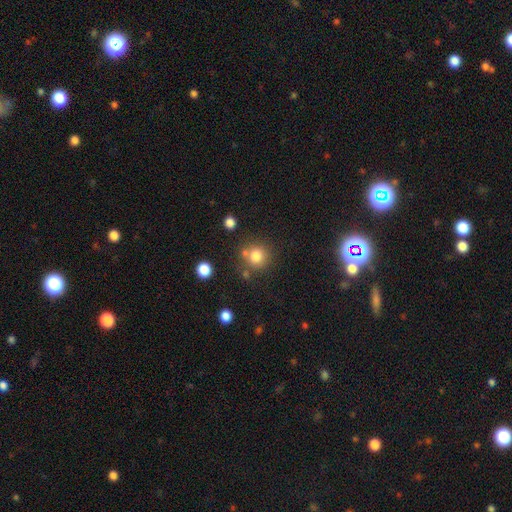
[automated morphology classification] This appears to be a smooth galaxy with no disk features (79%) that is round (91%). Merging: none (70%).